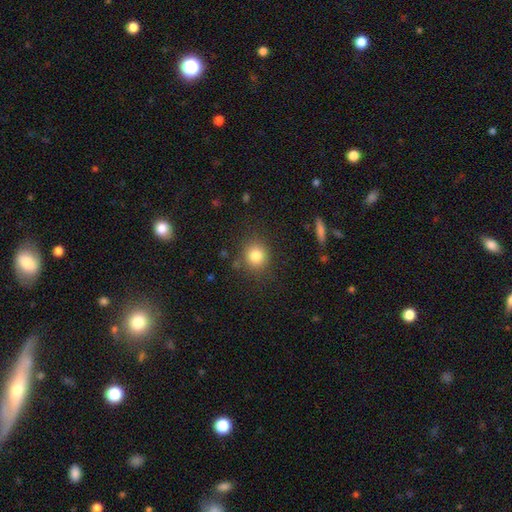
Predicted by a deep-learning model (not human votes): Morphology: type=smooth (81%); roundness=round (84%); merging=none (84%).